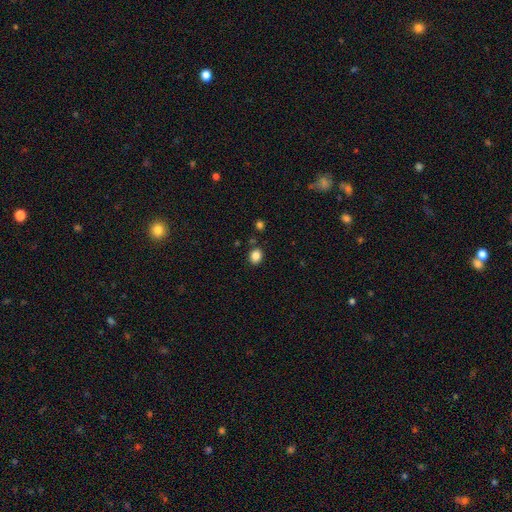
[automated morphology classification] smooth_or_featured: smooth (p=0.85) [alt: star or artifact p=0.11]
how_rounded: round (p=0.54) [alt: in between p=0.45]
merging: none (p=0.85) [alt: minor disturbance p=0.09]